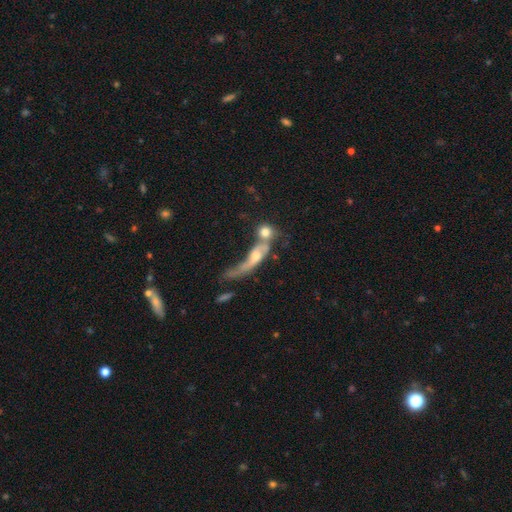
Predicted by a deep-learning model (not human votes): Smooth or featured? featured or disk (55%)
Edge-on disk? no (66%)
Merging? merger (50%)